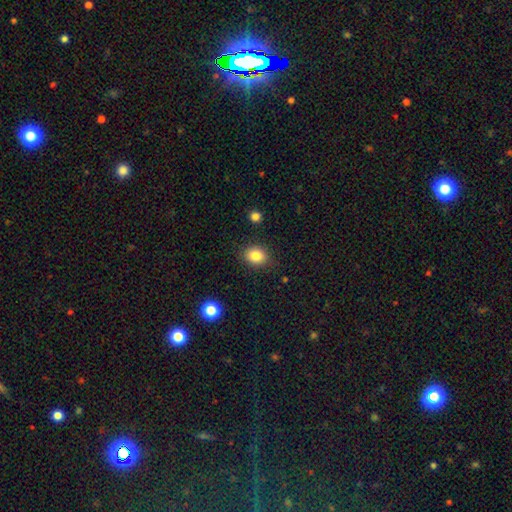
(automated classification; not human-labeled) A smooth galaxy with no disk features (84%) that is round (53%).

Vote fractions:
- Smooth or featured? smooth: 84% / star or artifact: 10% / featured or disk: 6%
- How rounded? round: 53% / in between: 46% / cigar-shaped: 1%
- Merging? none: 86% / minor disturbance: 10% / major disturbance: 3% / merger: 2%